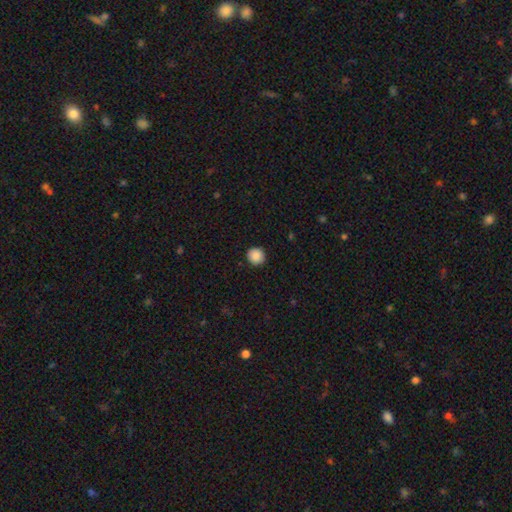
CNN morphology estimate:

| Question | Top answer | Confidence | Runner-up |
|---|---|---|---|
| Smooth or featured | smooth | 88% | star or artifact (9%) |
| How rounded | round | 92% | in between (7%) |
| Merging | none | 92% | minor disturbance (6%) |